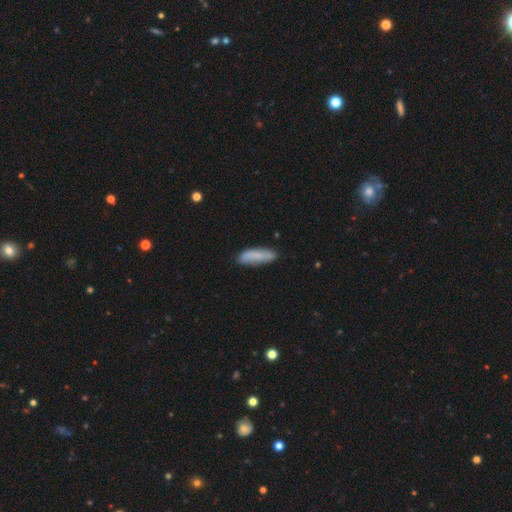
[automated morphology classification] smooth-or-featured: smooth: 77% | featured or disk: 16% | star or artifact: 7%
  how-rounded: cigar-shaped: 54% | in between: 44% | round: 2%
  merging: none: 80% | minor disturbance: 16% | major disturbance: 3% | merger: 2%